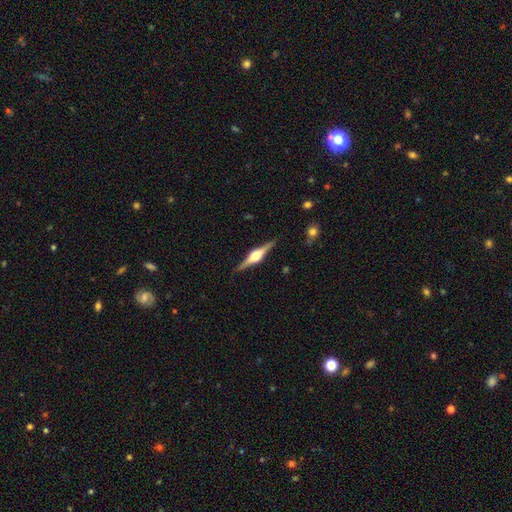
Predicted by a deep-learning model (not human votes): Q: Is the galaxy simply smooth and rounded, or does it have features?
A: featured or disk — 83%.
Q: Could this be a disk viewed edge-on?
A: yes — 98%.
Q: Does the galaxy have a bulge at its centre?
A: rounded — 92%.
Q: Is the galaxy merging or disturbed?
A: none — 90%.